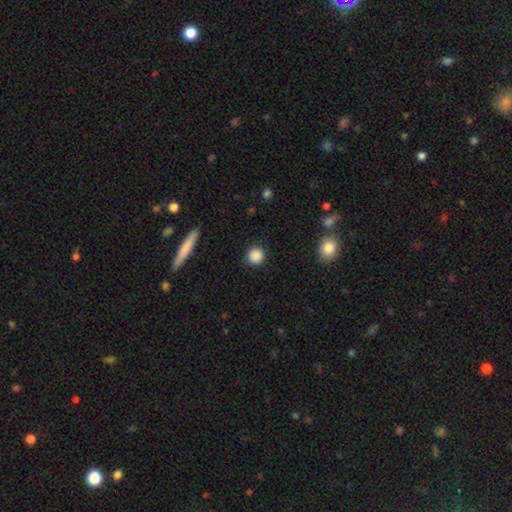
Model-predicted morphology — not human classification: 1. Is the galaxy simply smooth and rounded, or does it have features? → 88% smooth, 9% star or artifact, 4% featured or disk.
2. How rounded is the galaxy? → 92% round, 7% in between, 1% cigar-shaped.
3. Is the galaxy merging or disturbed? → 90% none, 7% minor disturbance, 2% major disturbance, 1% merger.